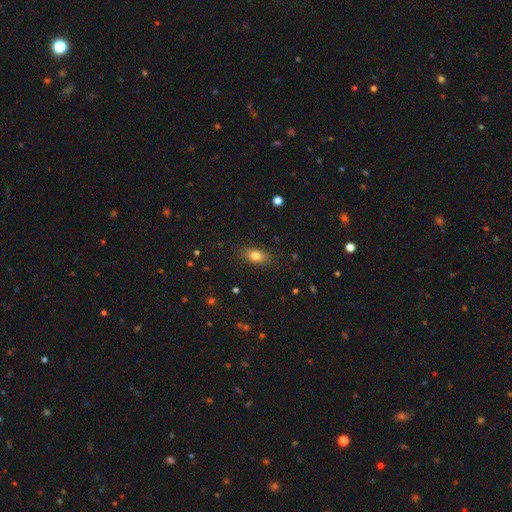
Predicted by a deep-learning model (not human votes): Morphology: type=smooth (81%); roundness=in between (82%); merging=none (85%).